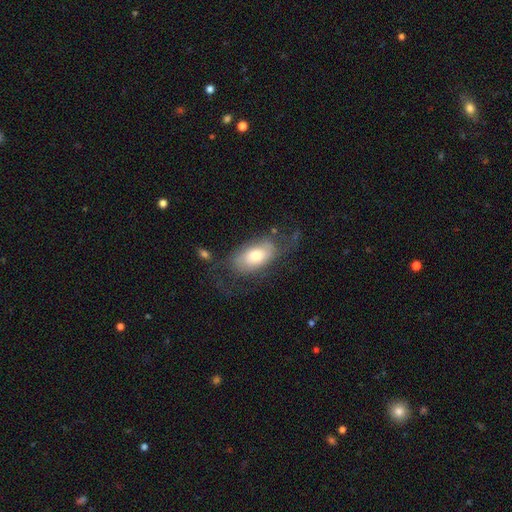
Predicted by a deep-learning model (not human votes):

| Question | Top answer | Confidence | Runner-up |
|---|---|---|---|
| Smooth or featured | smooth | 50% | featured or disk (43%) |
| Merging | none | 51% | major disturbance (23%) |